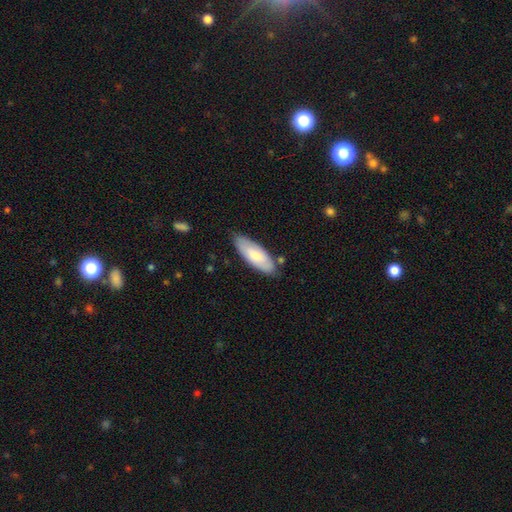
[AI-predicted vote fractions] Q: Smooth or featured?
A: smooth (73%); runner-up: featured or disk (22%)
Q: How rounded?
A: in between (72%); runner-up: cigar-shaped (26%)
Q: Merging?
A: none (79%); runner-up: minor disturbance (16%)